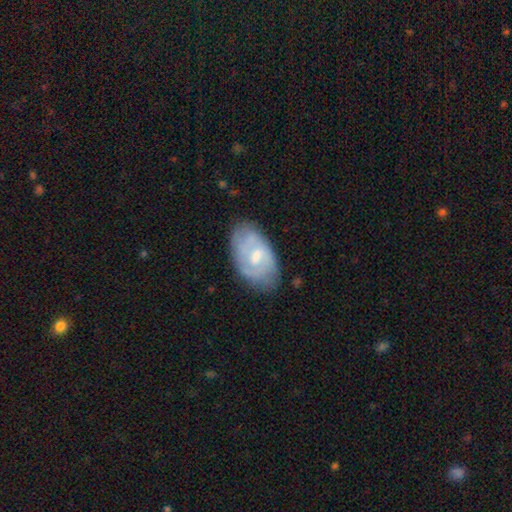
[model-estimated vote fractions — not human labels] featured or disk 55%, smooth 39%, star or artifact 6%. Down the decision tree: edge-on disk — no (94%); bar — weak (52%); spiral arms — yes (64%); bulge size — moderate (52%); merging — none (66%).